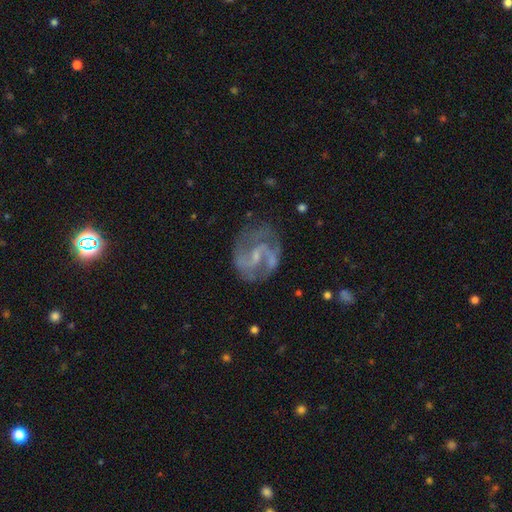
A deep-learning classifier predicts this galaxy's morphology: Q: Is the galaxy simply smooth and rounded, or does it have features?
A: featured or disk — 85%.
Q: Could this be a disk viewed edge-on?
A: no — 98%.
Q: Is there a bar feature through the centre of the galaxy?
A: weak — 53%.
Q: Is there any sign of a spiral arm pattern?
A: yes — 93%.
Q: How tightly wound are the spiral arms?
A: medium — 54%.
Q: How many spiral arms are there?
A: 2 — 79%.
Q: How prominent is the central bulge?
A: small — 61%.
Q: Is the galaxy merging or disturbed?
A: none — 64%.